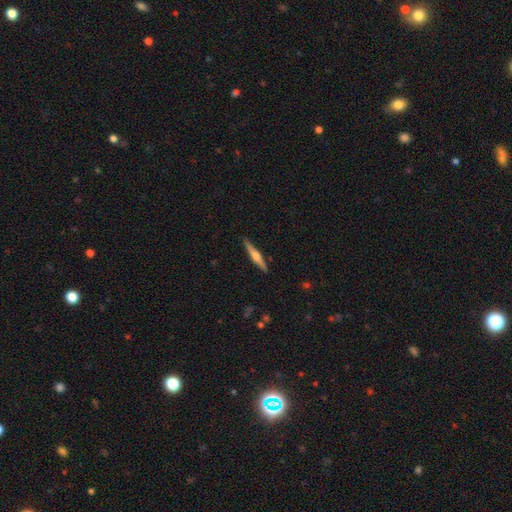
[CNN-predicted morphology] Smooth or featured? featured or disk (64%)
Edge-on disk? yes (98%)
Edge-on bulge? rounded (84%)
Merging? none (90%)